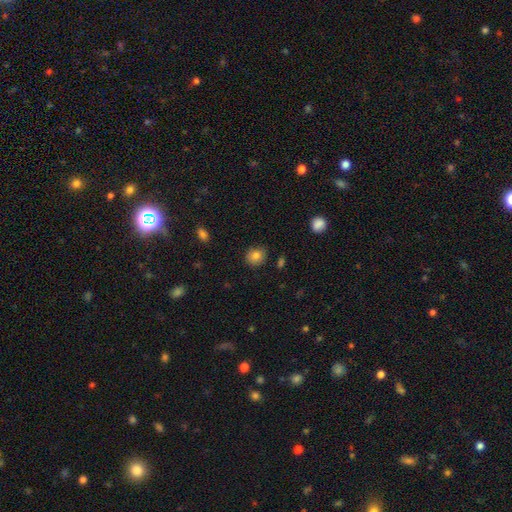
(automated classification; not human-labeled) Smooth or featured? Predicted: smooth (p=0.81). How rounded? Predicted: round (p=0.72). Merging? Predicted: none (p=0.86).